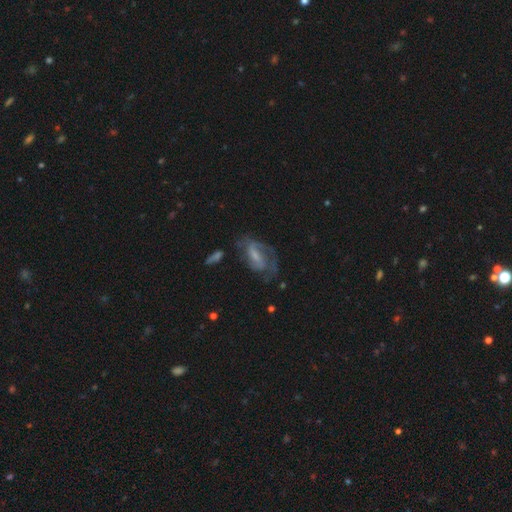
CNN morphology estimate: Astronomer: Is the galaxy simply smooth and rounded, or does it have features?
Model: featured or disk — 74%.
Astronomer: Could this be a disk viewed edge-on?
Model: no — 95%.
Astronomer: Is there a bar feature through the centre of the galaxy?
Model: weak — 48% (runner-up: strong, 26%).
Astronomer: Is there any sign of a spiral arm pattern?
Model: yes — 87%.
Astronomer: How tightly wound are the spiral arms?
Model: medium — 48% (runner-up: tight, 32%).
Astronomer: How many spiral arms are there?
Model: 2 — 60%.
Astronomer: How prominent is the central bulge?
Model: small — 44% (runner-up: moderate, 29%).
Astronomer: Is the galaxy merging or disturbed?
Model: none — 52%.